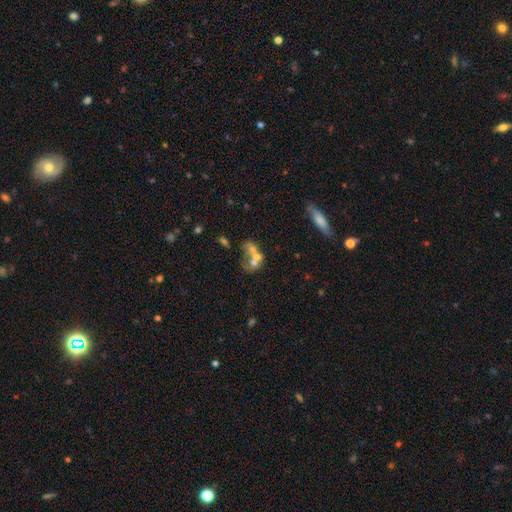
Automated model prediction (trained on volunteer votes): Smooth or featured?
  - smooth: 48% *
  - featured or disk: 35%
  - star or artifact: 17%
Merging?
  - merger: 61% *
  - none: 22%
  - major disturbance: 9%
  - minor disturbance: 8%